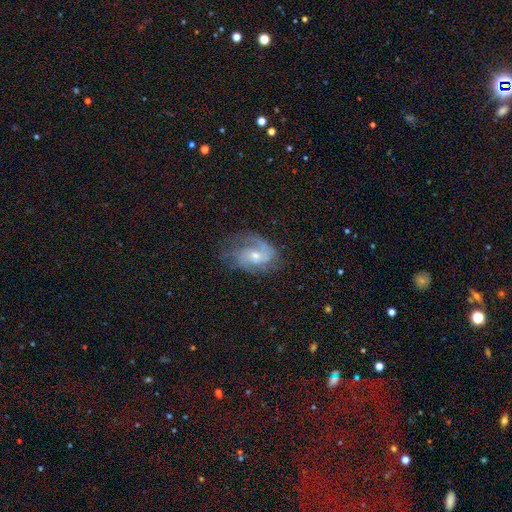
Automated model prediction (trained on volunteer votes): A featured or disk galaxy (77%) with no bar (58%), 2 (53%) medium (46%) spiral arms (91%) and a small central bulge (50%).

Vote fractions:
- Smooth or featured? featured or disk: 77% / smooth: 16% / star or artifact: 7%
- Edge-on disk? no: 97% / yes: 3%
- Bar? no: 58% / weak: 36% / strong: 6%
- Spiral arms? yes: 91% / no: 9%
- Spiral winding? medium: 46% / loose: 29% / tight: 25%
- Spiral arm count? 2: 53% / can't tell: 19% / 1: 12% / 3: 11% / 4: 3% / more than 4: 3%
- Bulge size? small: 50% / moderate: 45% / large: 2% / none: 2% / dominant: 1%
- Merging? none: 58% / minor disturbance: 24% / major disturbance: 16% / merger: 2%